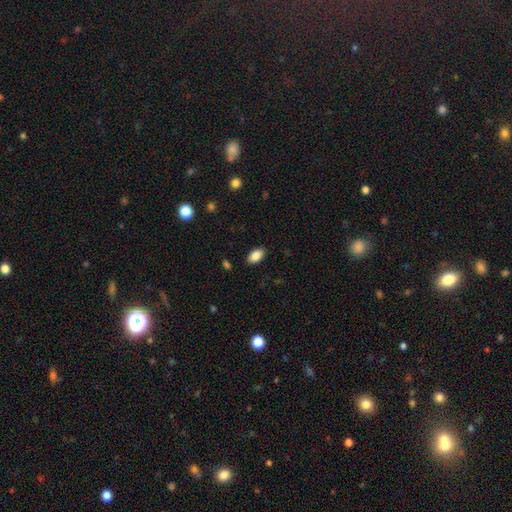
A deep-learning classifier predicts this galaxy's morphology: Overall: smooth (87%). How rounded: in between (93%). Merging: none (88%).